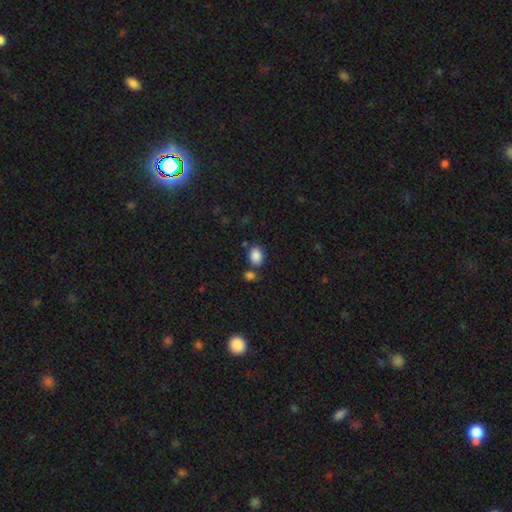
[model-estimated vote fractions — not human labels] smooth-or-featured: smooth: 88% | star or artifact: 9% | featured or disk: 4%
  how-rounded: in between: 58% | round: 41% | cigar-shaped: 1%
  merging: none: 70% | merger: 15% | minor disturbance: 12% | major disturbance: 4%